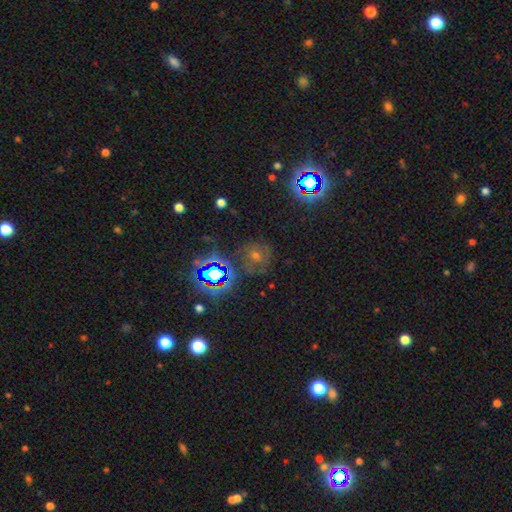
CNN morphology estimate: Overall: star or artifact (47%; smooth 30%).